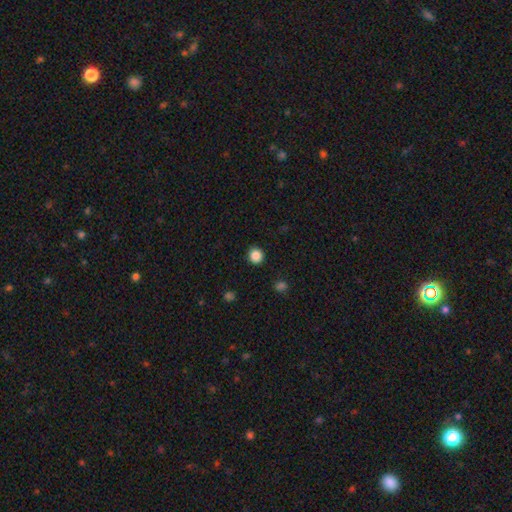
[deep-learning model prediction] Q: Smooth or featured?
A: smooth (87%); runner-up: star or artifact (11%)
Q: How rounded?
A: round (93%); runner-up: in between (6%)
Q: Merging?
A: none (92%); runner-up: minor disturbance (5%)